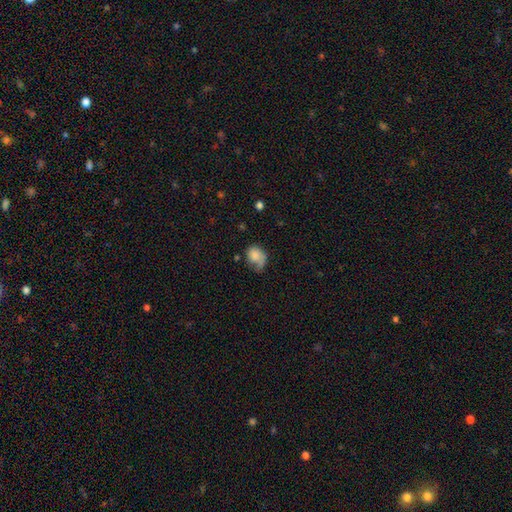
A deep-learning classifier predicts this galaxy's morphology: Q: Smooth or featured?
A: smooth (74%); runner-up: featured or disk (18%)
Q: How rounded?
A: in between (59%); runner-up: round (40%)
Q: Merging?
A: none (34%); runner-up: minor disturbance (33%)